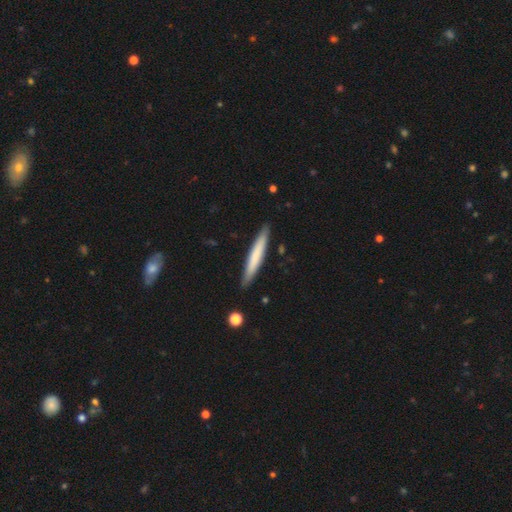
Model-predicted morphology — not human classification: Q: Smooth or featured?
A: smooth (69%); runner-up: featured or disk (26%)
Q: How rounded?
A: cigar-shaped (95%); runner-up: in between (4%)
Q: Merging?
A: none (89%); runner-up: minor disturbance (8%)